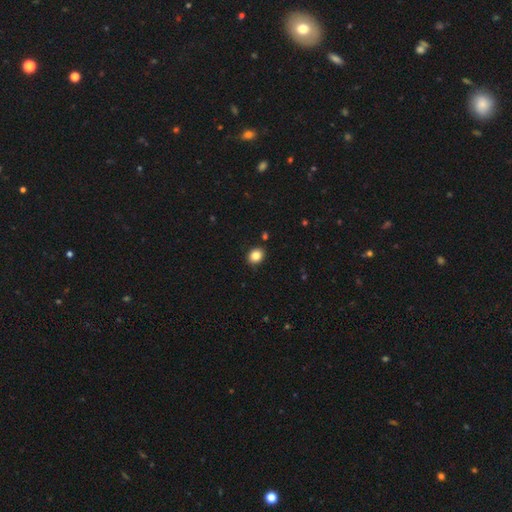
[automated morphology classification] Q: Smooth or featured?
A: smooth (85%); runner-up: star or artifact (10%)
Q: How rounded?
A: round (50%); runner-up: in between (49%)
Q: Merging?
A: none (89%); runner-up: minor disturbance (8%)